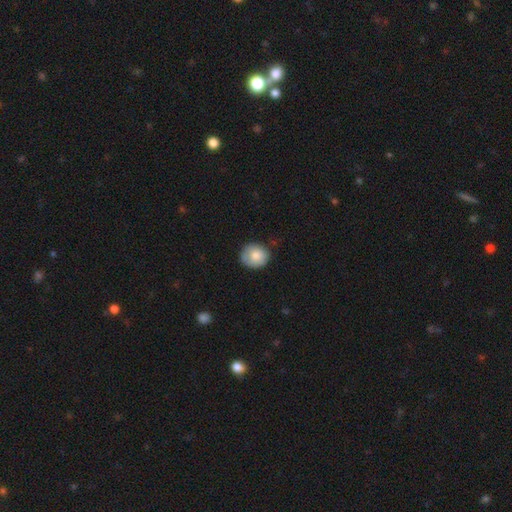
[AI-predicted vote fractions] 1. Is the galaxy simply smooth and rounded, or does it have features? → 81% smooth, 12% featured or disk, 7% star or artifact.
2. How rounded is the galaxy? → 81% round, 19% in between, 1% cigar-shaped.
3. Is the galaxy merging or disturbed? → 73% none, 21% minor disturbance, 4% major disturbance, 2% merger.